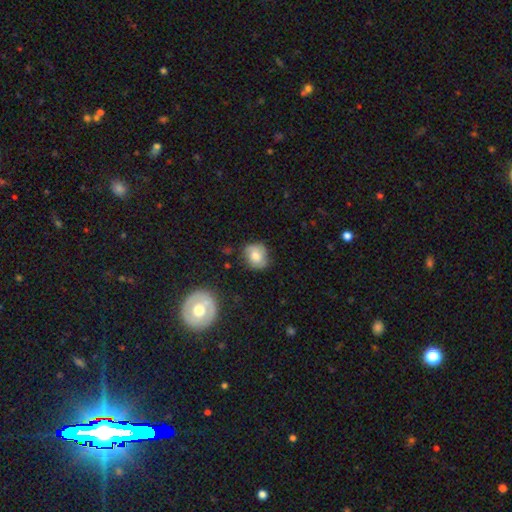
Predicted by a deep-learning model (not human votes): A smooth galaxy with no disk features (70%) that is round (70%). Merging: none (68%).